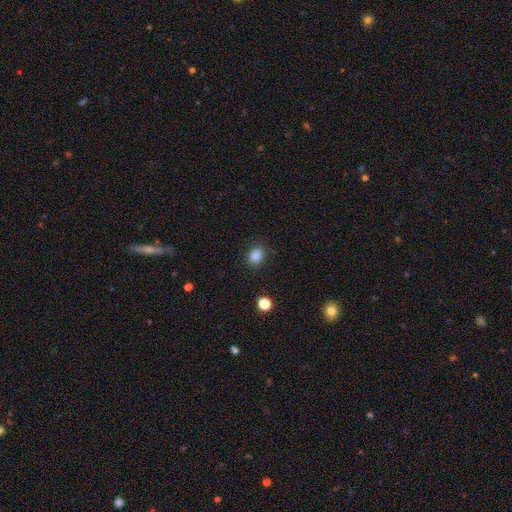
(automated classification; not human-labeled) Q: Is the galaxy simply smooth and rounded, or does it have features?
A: smooth — 85%.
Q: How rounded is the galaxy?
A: round — 50%, tied with in between.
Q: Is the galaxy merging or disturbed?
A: none — 84%.